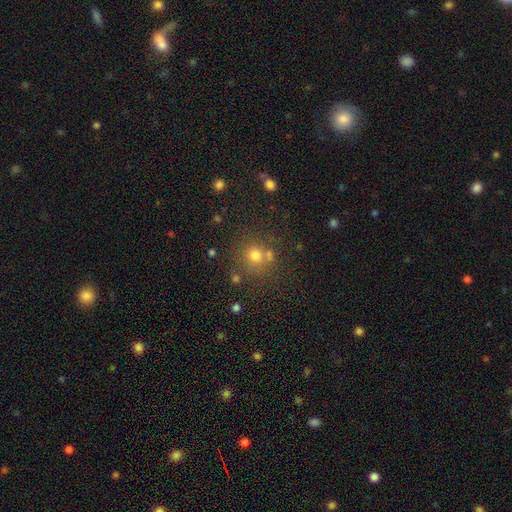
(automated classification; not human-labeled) smooth 67%, star or artifact 23%, featured or disk 10%. Down the decision tree: how rounded — round (90%); merging — none (70%).